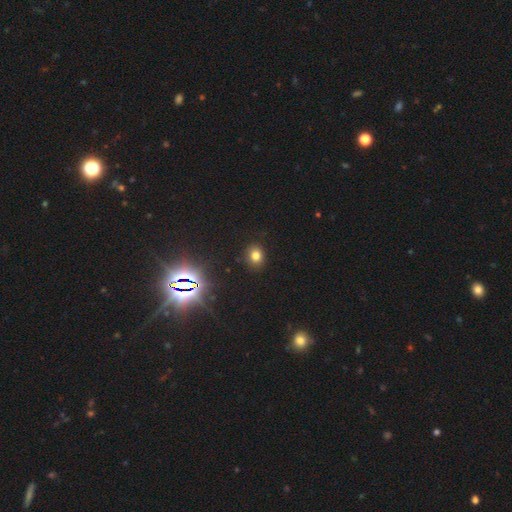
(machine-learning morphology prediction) A smooth galaxy with no disk features (74%) that is round (57%). Merging: none (87%).